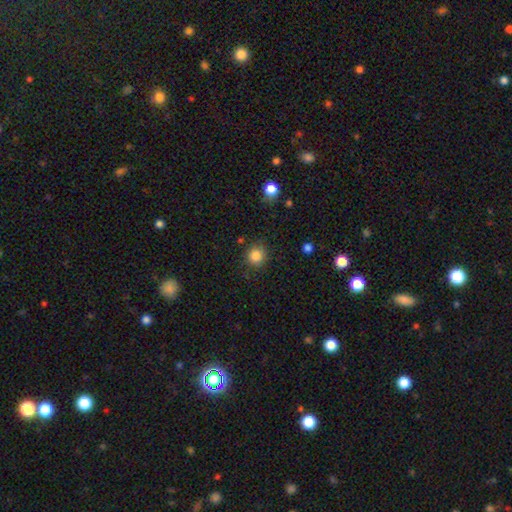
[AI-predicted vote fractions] Overall: smooth (84%). How rounded: round (88%). Merging: none (84%).